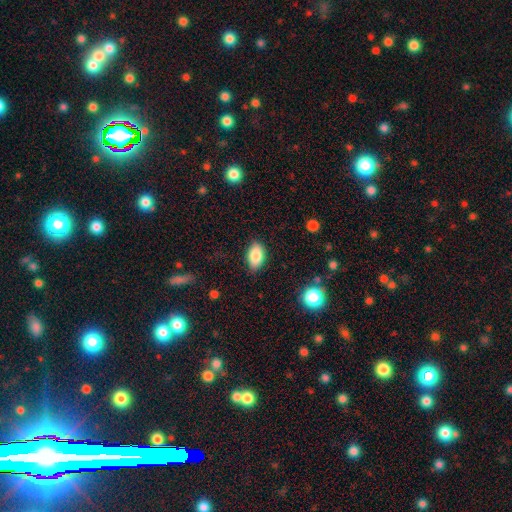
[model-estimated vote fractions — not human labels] Morphology: type=smooth (85%); roundness=in between (92%); merging=none (83%).